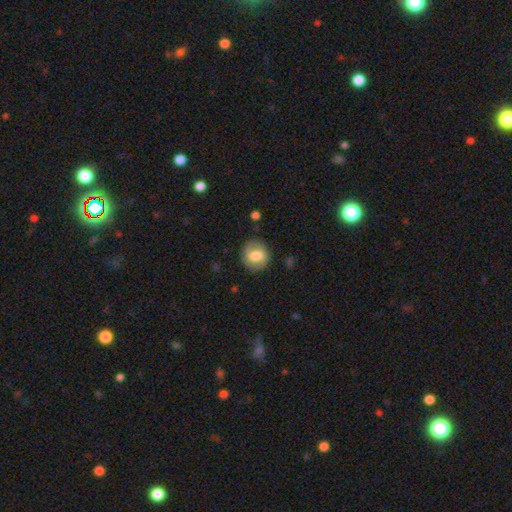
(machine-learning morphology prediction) smooth_or_featured: smooth (p=0.60) [alt: featured or disk p=0.33]
how_rounded: round (p=0.77) [alt: in between p=0.21]
merging: none (p=0.81) [alt: minor disturbance p=0.13]